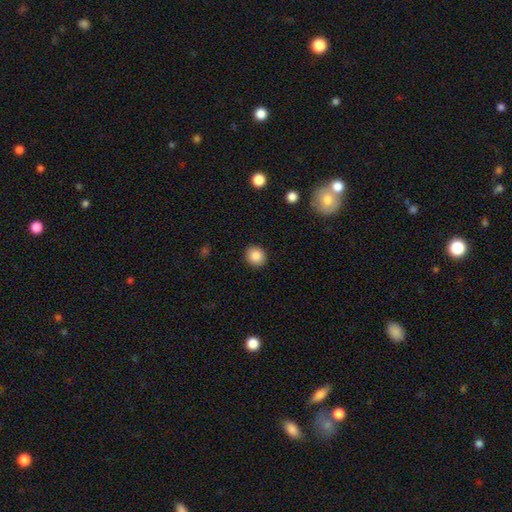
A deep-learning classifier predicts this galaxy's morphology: Smooth or featured? smooth (86%)
How rounded? round (83%)
Merging? none (92%)